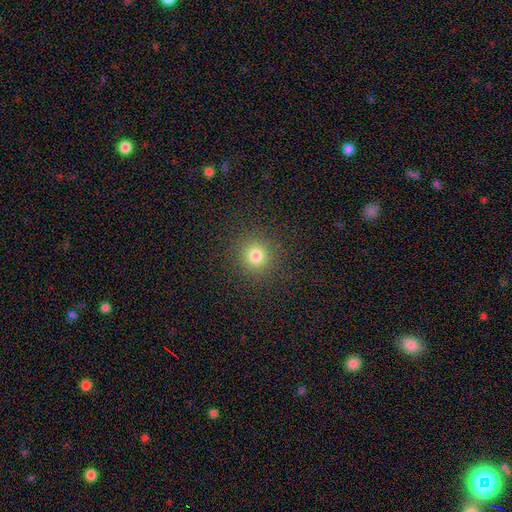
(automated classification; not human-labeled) A smooth galaxy with no disk features (77%) that is round (94%). Merging: none (90%).